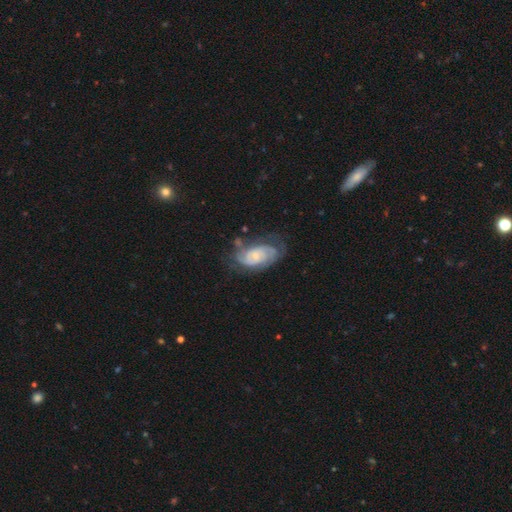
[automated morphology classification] The model was most divided on "spiral winding": tight: 57%, medium: 33%, loose: 10%. More confident: edge-on disk — no (96%); spiral arms — yes (93%); smooth or featured — featured or disk (78%); bar — no (68%); bulge size — small (66%); merging — none (56%); spiral arm count — 2 (51%).